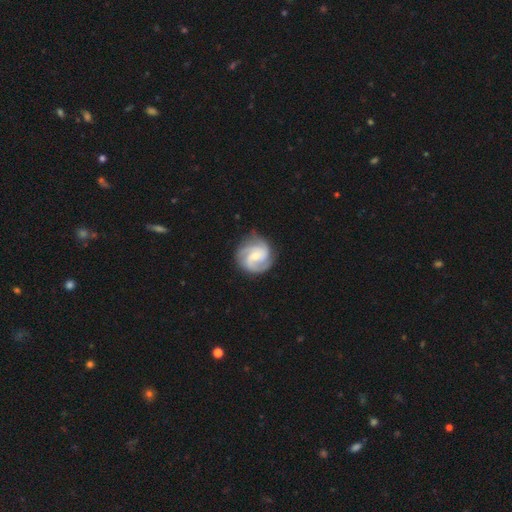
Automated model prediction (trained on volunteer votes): smooth-or-featured: featured or disk: 83% | smooth: 12% | star or artifact: 5%
  disk-edge-on: no: 98% | yes: 2%
    bar: no: 54% | weak: 38% | strong: 8%
    has-spiral-arms: yes: 97% | no: 3%
      spiral-winding: medium: 46% | tight: 44% | loose: 10%
      spiral-arm-count: 3: 52% | 2: 28% | can't tell: 9% | 4: 5% | 1: 3% | more than 4: 3%
    bulge-size: small: 53% | moderate: 40% | none: 3% | large: 3% | dominant: 1%
  merging: none: 76% | minor disturbance: 17% | major disturbance: 6% | merger: 1%